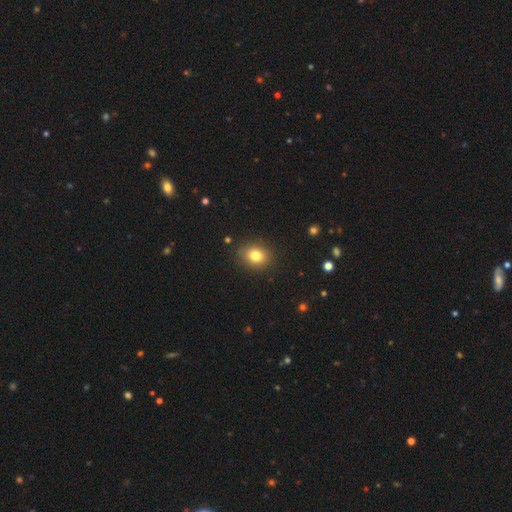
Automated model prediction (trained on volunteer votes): This appears to be a smooth galaxy with no disk features (80%) that is round (51%). Merging: none (86%).